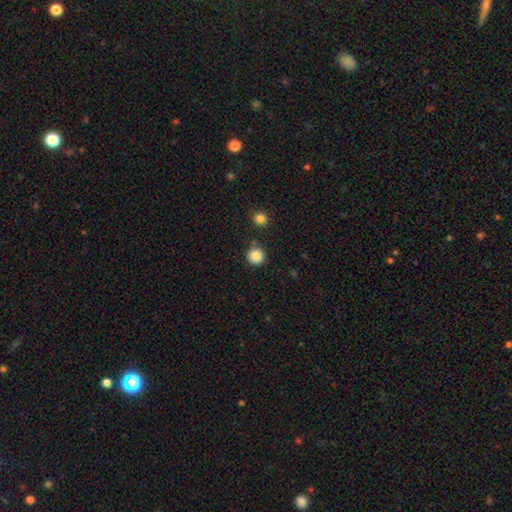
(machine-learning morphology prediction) Overall: smooth (86%). How rounded: round (95%). Merging: none (88%).